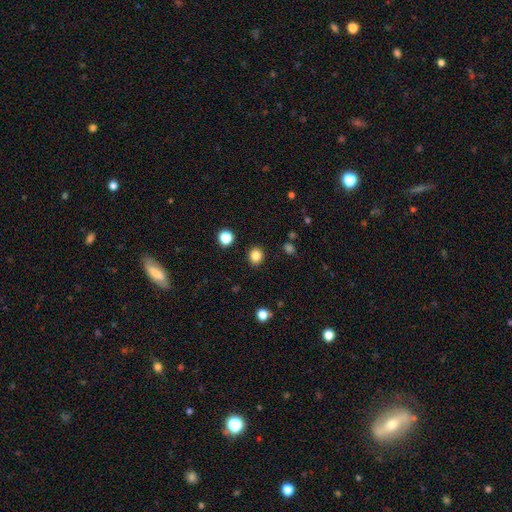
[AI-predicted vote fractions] The model was most divided on "how rounded": round: 78%, in between: 22%, cigar-shaped: 1%. More confident: merging — none (90%); smooth or featured — smooth (84%).